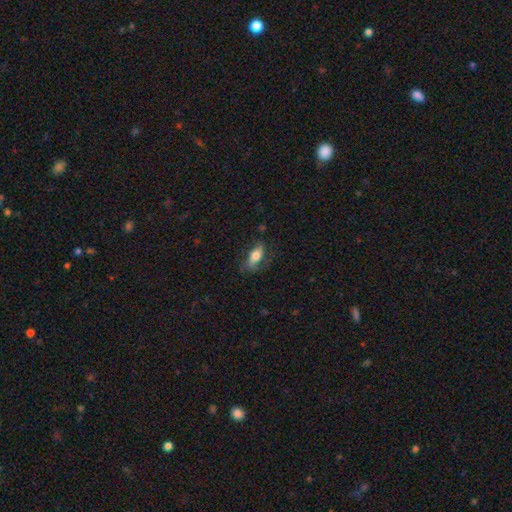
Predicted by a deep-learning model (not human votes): This appears to be a smooth galaxy with no disk features (59%) that is in between round and cigar-shaped (72%). Merging: none (63%).